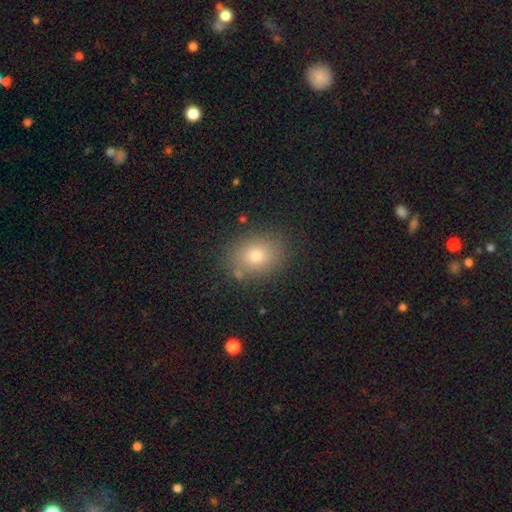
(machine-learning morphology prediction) This appears to be a smooth galaxy with no disk features (78%) that is in between round and cigar-shaped (55%). Merging: none (82%).